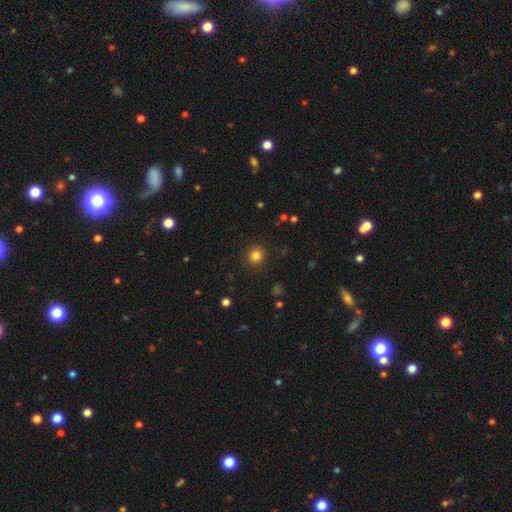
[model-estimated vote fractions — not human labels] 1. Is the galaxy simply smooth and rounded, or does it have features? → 82% smooth, 13% star or artifact, 5% featured or disk.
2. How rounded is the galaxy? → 93% round, 6% in between, 1% cigar-shaped.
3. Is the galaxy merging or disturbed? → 91% none, 6% minor disturbance, 2% major disturbance, 1% merger.